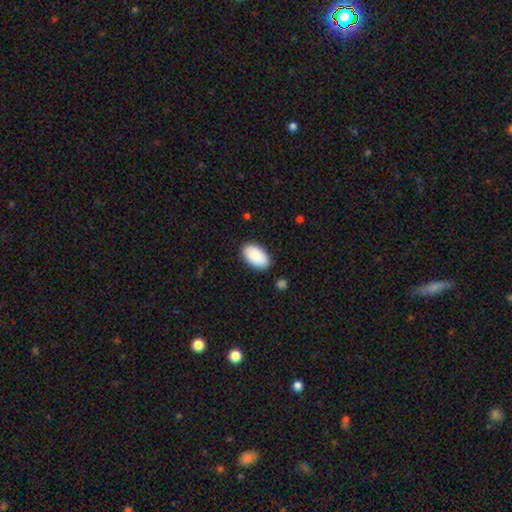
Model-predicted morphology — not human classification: Smooth or featured? Predicted: smooth (p=0.90). How rounded? Predicted: in between (p=0.96). Merging? Predicted: none (p=0.88).